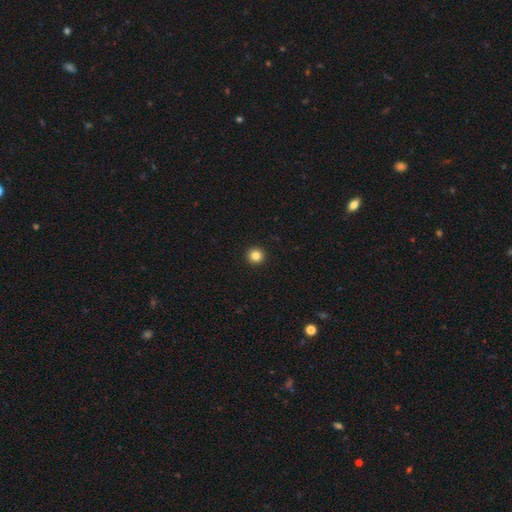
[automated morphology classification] Smooth or featured? smooth (84%)
How rounded? round (96%)
Merging? none (94%)